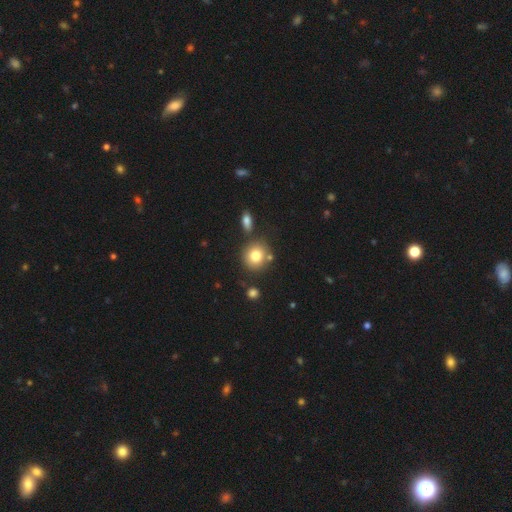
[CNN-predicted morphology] A smooth galaxy with no disk features (79%) that is round (86%). Merging: none (76%).